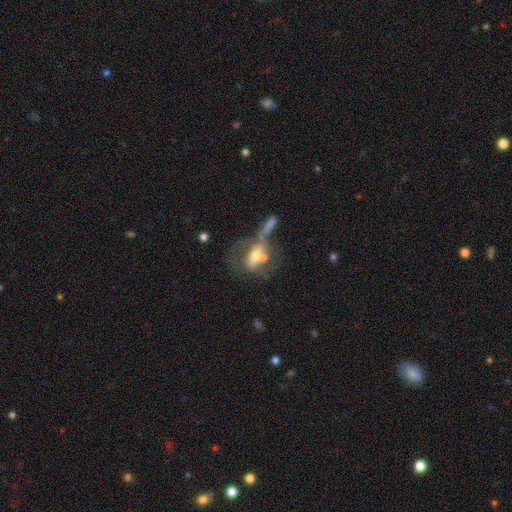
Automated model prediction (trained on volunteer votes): Smooth or featured: featured or disk — 53% (smooth — 38%)
Edge-on disk: no — 85% (yes — 15%)
Merging: merger — 40% (major disturbance — 27%)